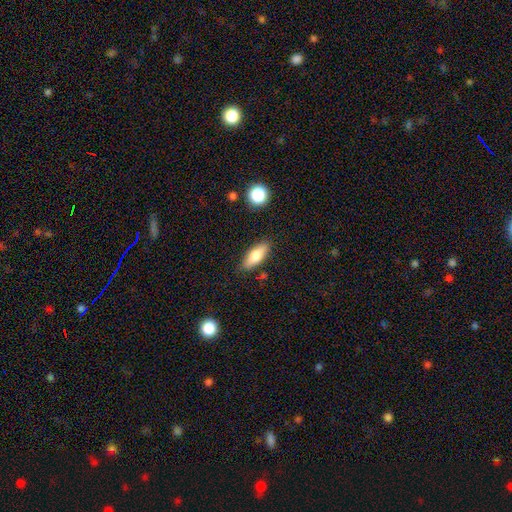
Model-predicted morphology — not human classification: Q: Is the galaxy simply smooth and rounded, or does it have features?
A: smooth — 70%.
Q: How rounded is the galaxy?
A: in between — 68%.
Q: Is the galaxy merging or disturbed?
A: none — 84%.